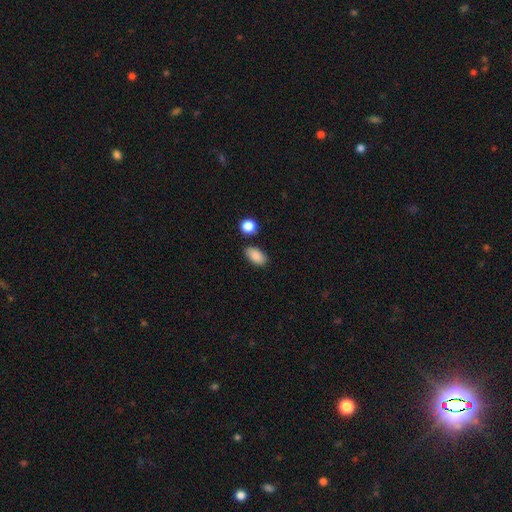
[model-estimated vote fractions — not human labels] A smooth galaxy with no disk features (87%) that is in between round and cigar-shaped (90%). Merging: none (80%).